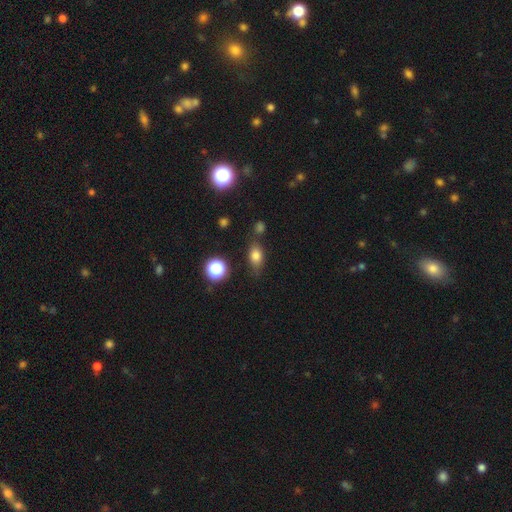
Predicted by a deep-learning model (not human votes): The model was most divided on "merging": none: 71%, minor disturbance: 17%, merger: 7%, major disturbance: 5%. More confident: smooth or featured — smooth (77%); how rounded — in between (76%).